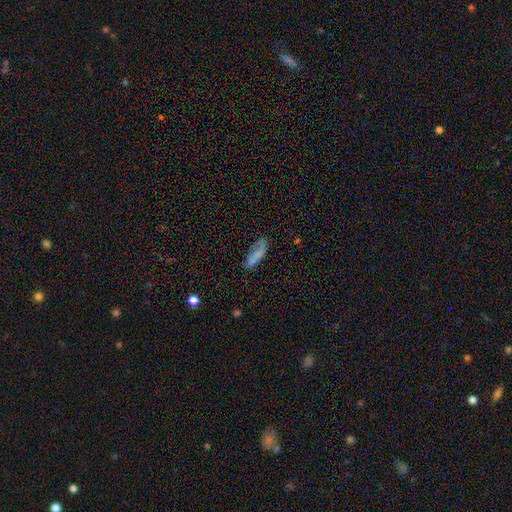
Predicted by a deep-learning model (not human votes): Smooth or featured? smooth (62%)
How rounded? in between (58%)
Merging? none (50%)